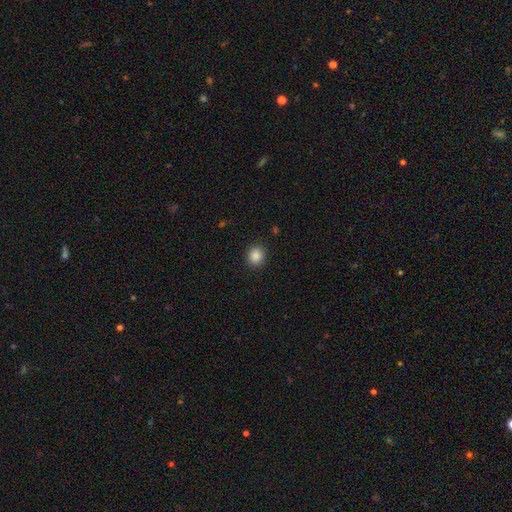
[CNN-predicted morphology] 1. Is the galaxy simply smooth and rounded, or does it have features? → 86% smooth, 10% star or artifact, 4% featured or disk.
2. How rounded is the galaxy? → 83% round, 16% in between, 1% cigar-shaped.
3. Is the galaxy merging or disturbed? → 91% none, 6% minor disturbance, 2% major disturbance, 1% merger.